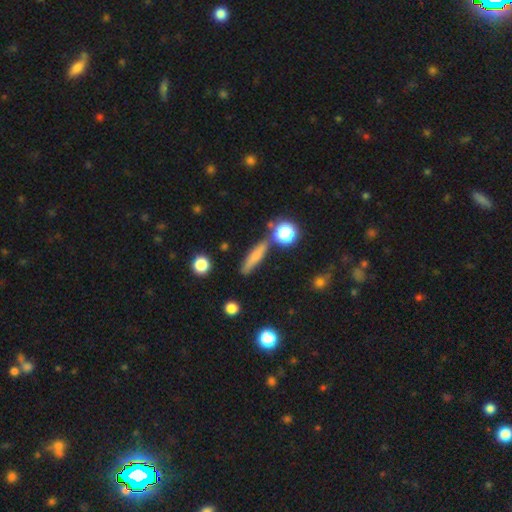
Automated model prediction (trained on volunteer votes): Smooth or featured? Predicted: smooth (p=0.66). How rounded? Predicted: cigar-shaped (p=0.78). Merging? Predicted: none (p=0.74).